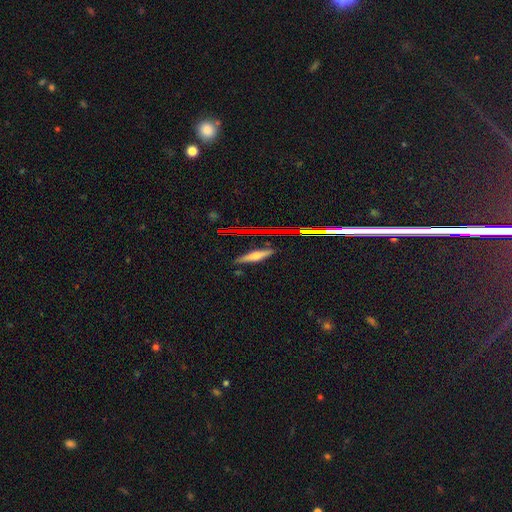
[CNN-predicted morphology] smooth-or-featured: featured or disk: 51% | smooth: 35% | star or artifact: 14%
  disk-edge-on: yes: 94% | no: 6%
  merging: none: 86% | minor disturbance: 10% | merger: 2% | major disturbance: 2%